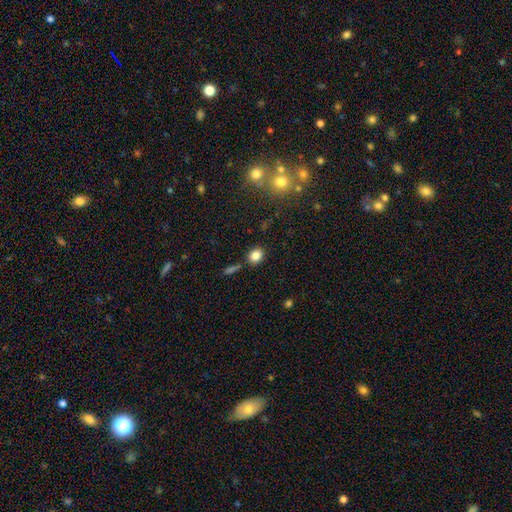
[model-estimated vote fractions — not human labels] smooth 83%, star or artifact 11%, featured or disk 6%. Down the decision tree: how rounded — round (52%); merging — none (83%).